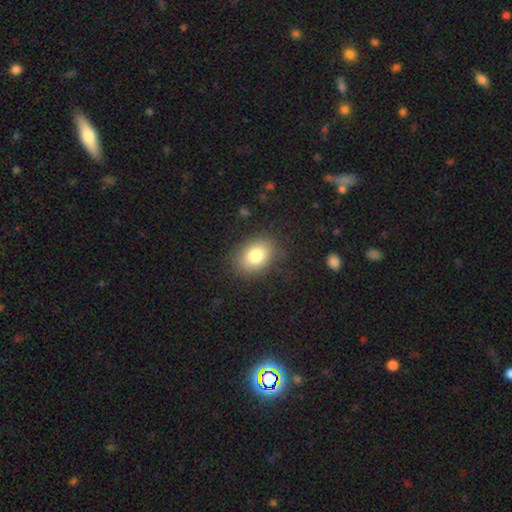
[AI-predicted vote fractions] Smooth or featured? smooth (81%)
How rounded? in between (73%)
Merging? none (81%)